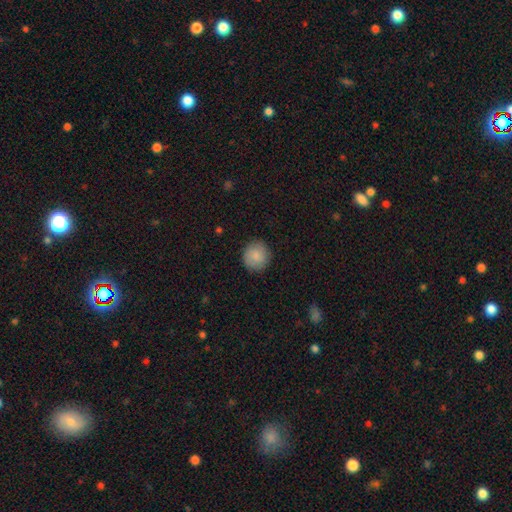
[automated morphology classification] smooth 83%, featured or disk 10%, star or artifact 7%. Down the decision tree: how rounded — round (90%); merging — none (88%).